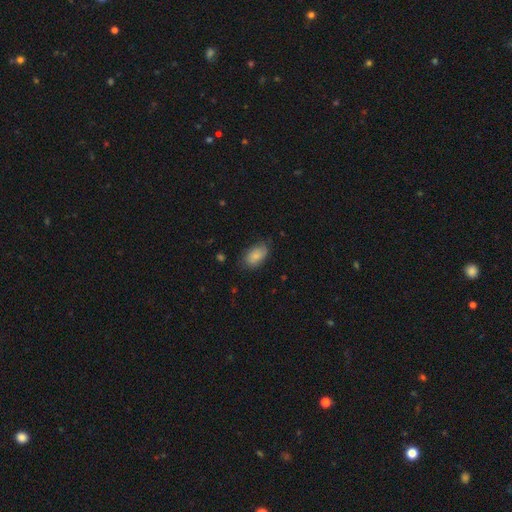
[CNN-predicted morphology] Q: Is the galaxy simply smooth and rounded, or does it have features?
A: smooth — 81%.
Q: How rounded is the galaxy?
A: in between — 92%.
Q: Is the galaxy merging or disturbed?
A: none — 72%.